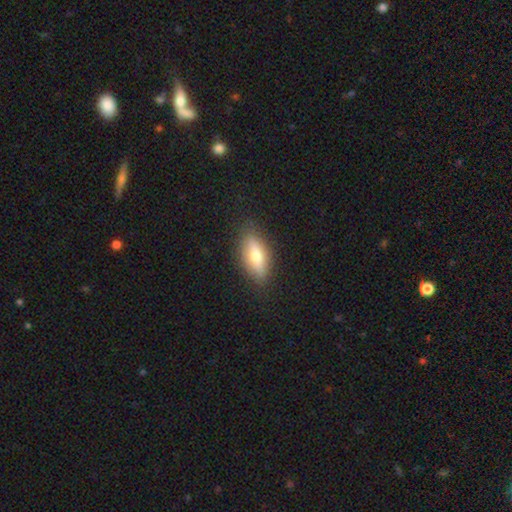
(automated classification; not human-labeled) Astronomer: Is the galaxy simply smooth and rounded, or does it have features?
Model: smooth — 50% (runner-up: featured or disk, 43%).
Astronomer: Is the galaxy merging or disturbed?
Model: none — 86%.